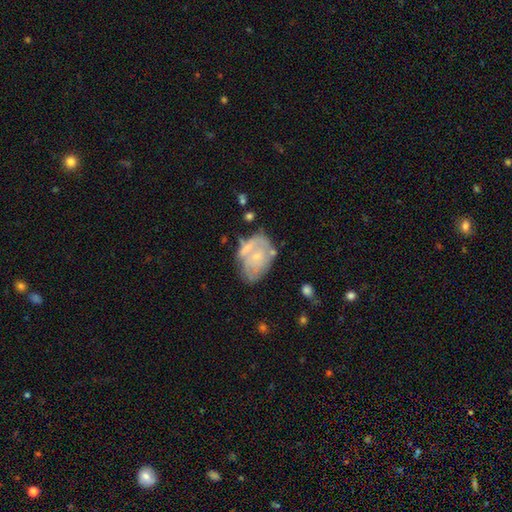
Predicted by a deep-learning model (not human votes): Q: Smooth or featured?
A: featured or disk (60%); runner-up: smooth (32%)
Q: Edge-on disk?
A: no (97%); runner-up: yes (3%)
Q: Bar?
A: no (76%); runner-up: weak (20%)
Q: Spiral arms?
A: yes (52%); runner-up: no (48%)
Q: Bulge size?
A: small (63%); runner-up: moderate (22%)
Q: Merging?
A: none (41%); runner-up: minor disturbance (28%)